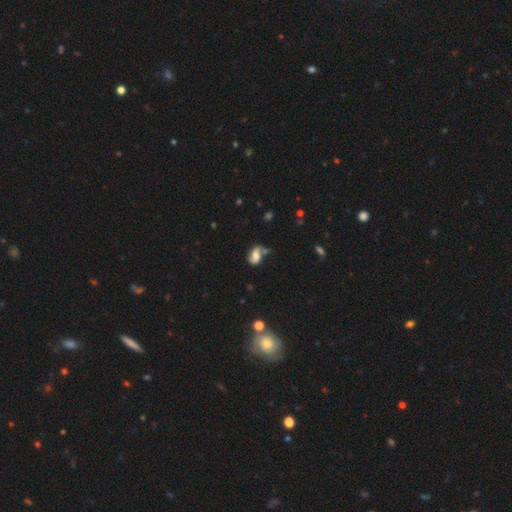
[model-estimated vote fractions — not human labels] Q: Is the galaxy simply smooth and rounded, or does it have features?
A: featured or disk — 52%.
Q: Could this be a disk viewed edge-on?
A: no — 96%.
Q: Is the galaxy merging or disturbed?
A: none — 45%.